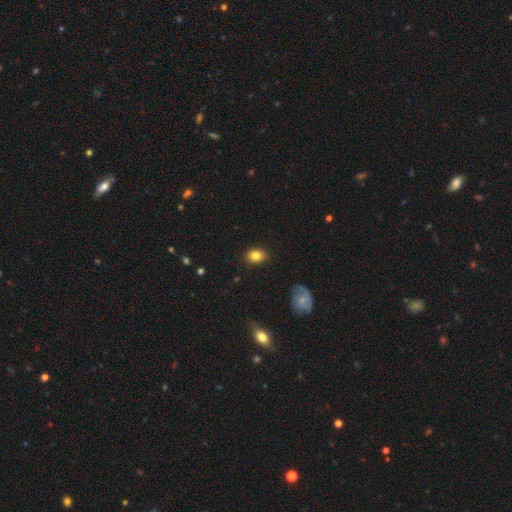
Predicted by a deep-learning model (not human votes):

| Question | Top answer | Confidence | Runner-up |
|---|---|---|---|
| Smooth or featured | smooth | 83% | star or artifact (9%) |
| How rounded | in between | 59% | round (40%) |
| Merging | none | 87% | minor disturbance (10%) |